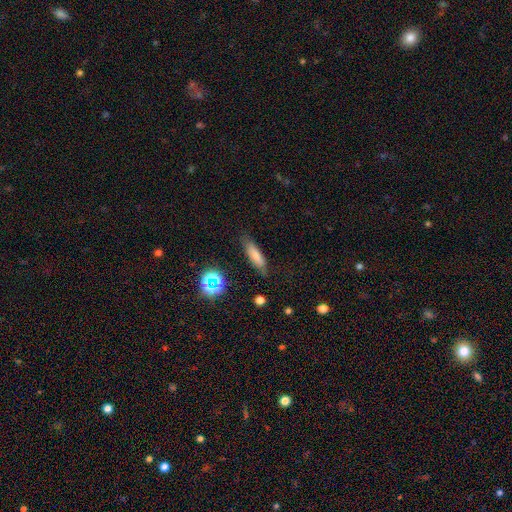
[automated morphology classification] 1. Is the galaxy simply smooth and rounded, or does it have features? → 74% smooth, 15% featured or disk, 12% star or artifact.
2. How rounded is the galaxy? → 59% cigar-shaped, 38% in between, 3% round.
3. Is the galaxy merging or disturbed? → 75% none, 18% minor disturbance, 5% major disturbance, 2% merger.